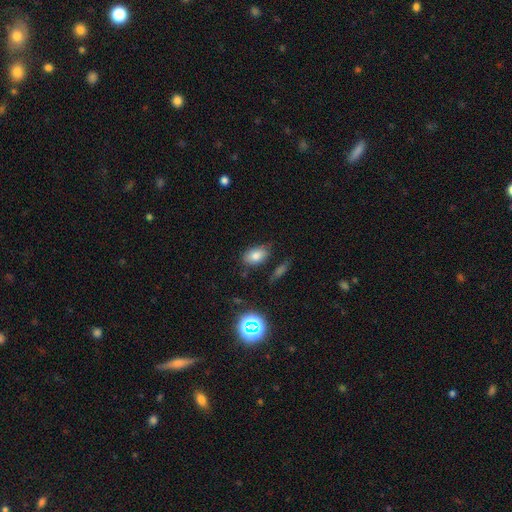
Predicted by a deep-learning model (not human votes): smooth 77%, star or artifact 13%, featured or disk 9%. Down the decision tree: how rounded — in between (87%); merging — none (73%).